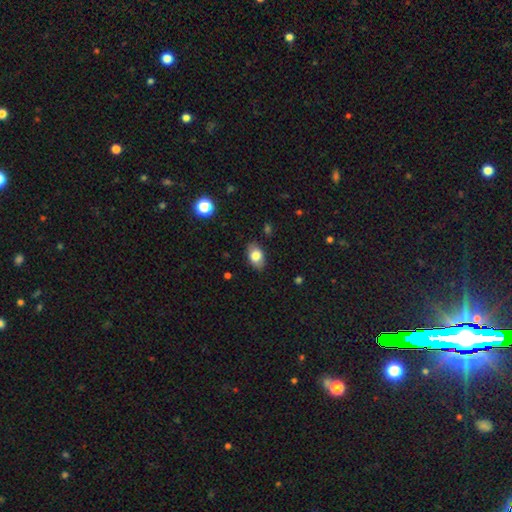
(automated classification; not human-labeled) smooth-or-featured: smooth: 80% | featured or disk: 13% | star or artifact: 8%
  how-rounded: in between: 87% | round: 11% | cigar-shaped: 1%
  merging: none: 84% | minor disturbance: 13% | major disturbance: 3% | merger: 1%